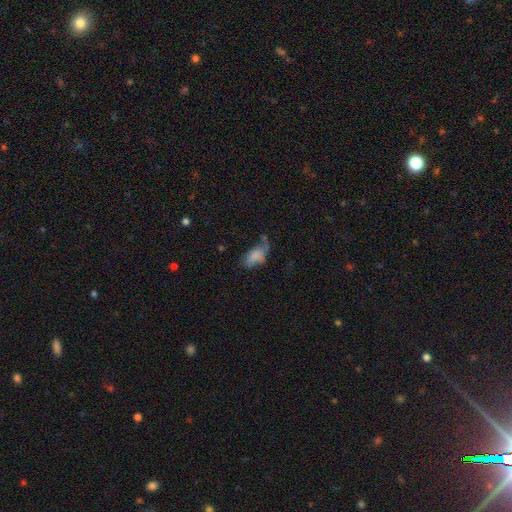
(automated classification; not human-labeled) Smooth or featured: smooth — 72% (featured or disk — 18%)
How rounded: in between — 90% (cigar-shaped — 6%)
Merging: none — 34% (minor disturbance — 32%)